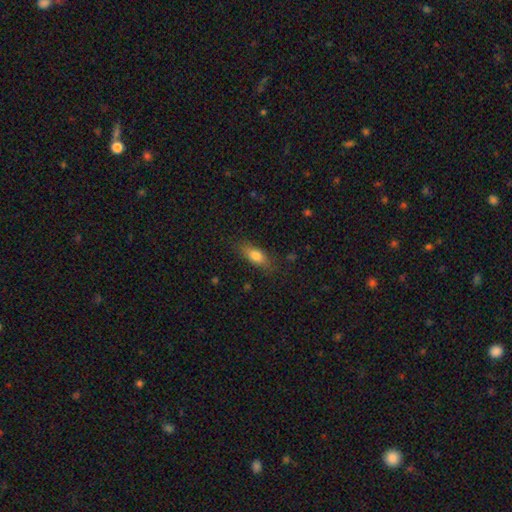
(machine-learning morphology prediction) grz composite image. It shows a smooth galaxy with no disk features (77%) that is in between round and cigar-shaped (75%). Merging: none (78%).